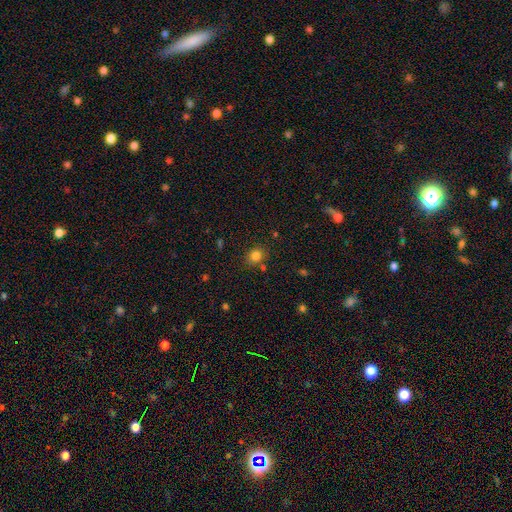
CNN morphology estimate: Smooth or featured?
  - smooth: 81% *
  - star or artifact: 13%
  - featured or disk: 6%
How rounded?
  - round: 66% *
  - in between: 33%
  - cigar-shaped: 1%
Merging?
  - none: 78% *
  - minor disturbance: 12%
  - merger: 6%
  - major disturbance: 4%